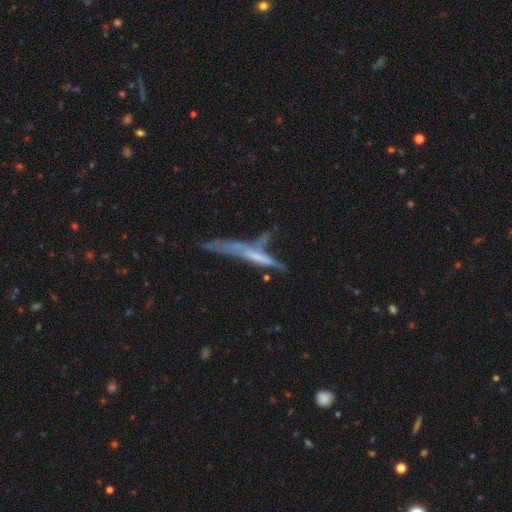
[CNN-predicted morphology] Smooth or featured? Predicted: featured or disk (p=0.54). Edge-on disk? Predicted: yes (p=0.75). Merging? Predicted: none (p=0.34).